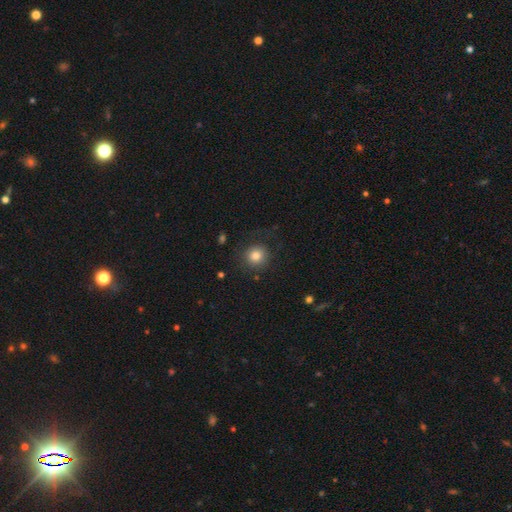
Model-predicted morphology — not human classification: Overall: smooth (81%). How rounded: round (91%). Merging: none (81%).